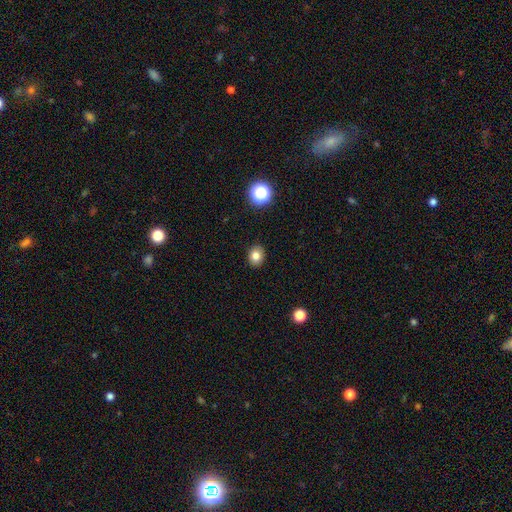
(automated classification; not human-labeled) This appears to be a smooth galaxy with no disk features (80%) that is round (55%). Merging: none (90%).